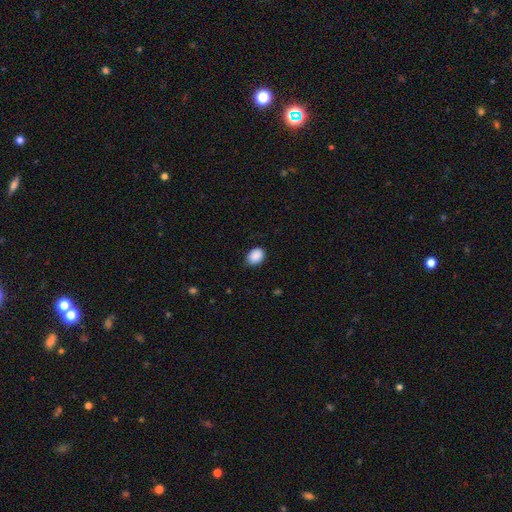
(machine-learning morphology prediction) Smooth or featured?
  - smooth: 90% *
  - star or artifact: 7%
  - featured or disk: 3%
How rounded?
  - in between: 69% *
  - round: 30%
  - cigar-shaped: 1%
Merging?
  - none: 81% *
  - minor disturbance: 15%
  - major disturbance: 3%
  - merger: 1%